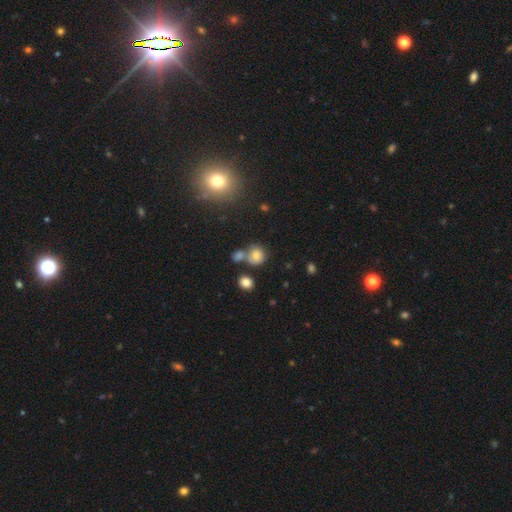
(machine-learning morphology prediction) This appears to be a smooth galaxy with no disk features (77%) that is round (83%). Merging: none (57%).